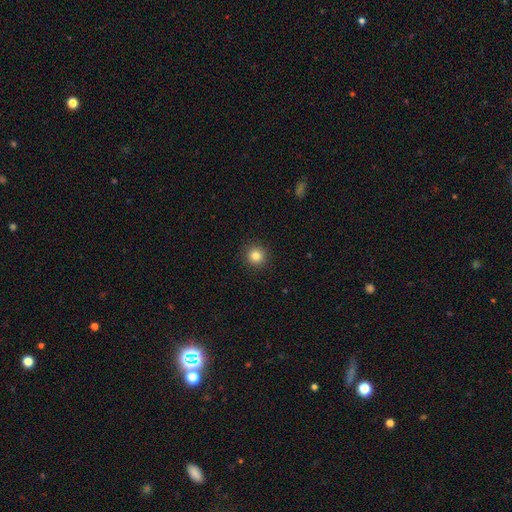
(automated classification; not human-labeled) A smooth galaxy with no disk features (84%) that is round (94%). Merging: none (92%).